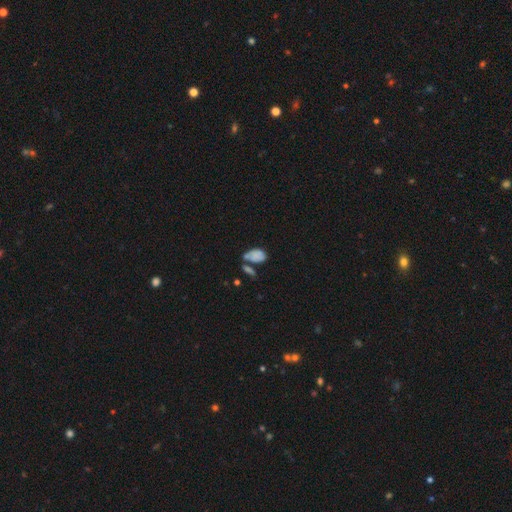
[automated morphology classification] A smooth galaxy with no disk features (74%) that is in between round and cigar-shaped (87%).

Vote fractions:
- Smooth or featured? smooth: 74% / featured or disk: 16% / star or artifact: 10%
- How rounded? in between: 87% / round: 11% / cigar-shaped: 3%
- Merging? merger: 39% / none: 31% / minor disturbance: 19% / major disturbance: 11%